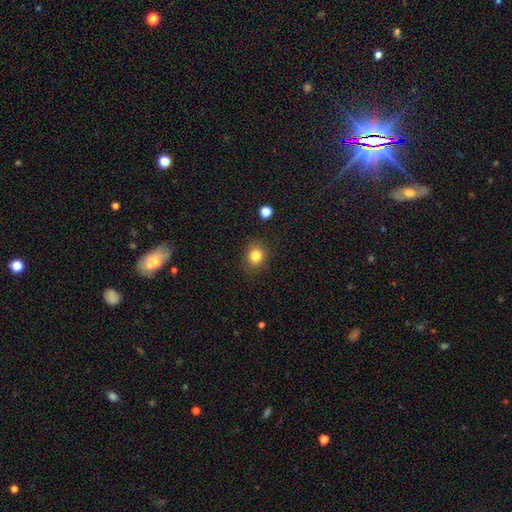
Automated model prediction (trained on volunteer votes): smooth 82%, star or artifact 12%, featured or disk 6%. Down the decision tree: how rounded — round (75%); merging — none (87%).